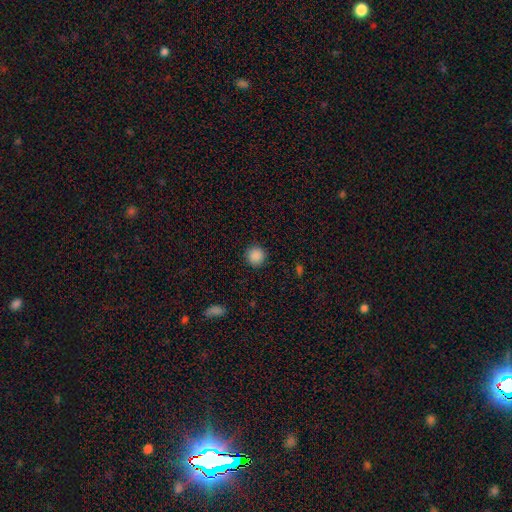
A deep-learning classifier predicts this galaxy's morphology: Smooth or featured? Predicted: smooth (p=0.88). How rounded? Predicted: round (p=0.95). Merging? Predicted: none (p=0.91).